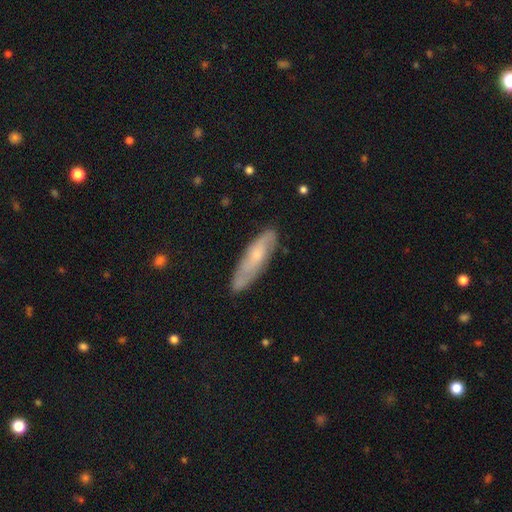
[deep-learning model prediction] Overall: featured or disk (53%; smooth 40%). Edge-on disk: no (66%; yes 34%). Merging: none (80%).